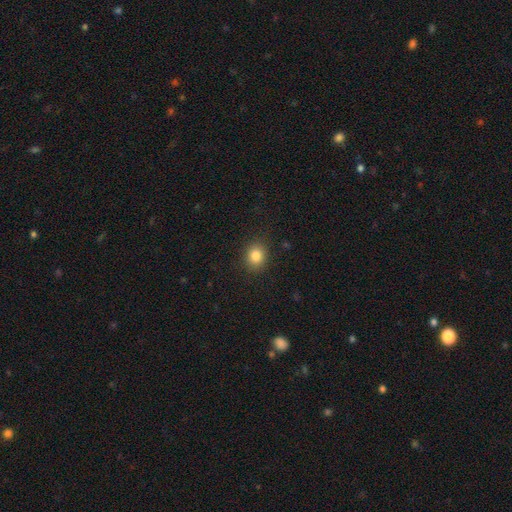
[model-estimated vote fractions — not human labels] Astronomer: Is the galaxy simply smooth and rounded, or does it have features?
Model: smooth — 84%.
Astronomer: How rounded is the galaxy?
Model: round — 68%.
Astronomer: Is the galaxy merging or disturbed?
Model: none — 88%.